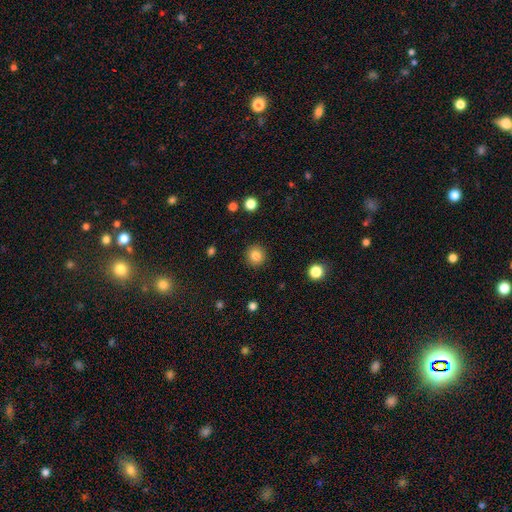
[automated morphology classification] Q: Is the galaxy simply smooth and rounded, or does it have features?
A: smooth — 84%.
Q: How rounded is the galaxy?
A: round — 92%.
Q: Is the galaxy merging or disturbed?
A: none — 91%.